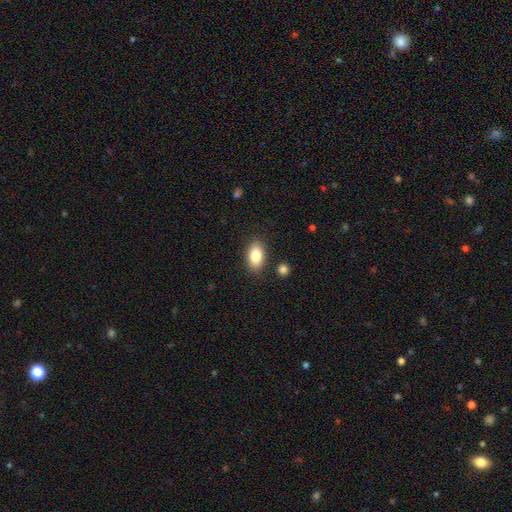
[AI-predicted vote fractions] Morphology: type=smooth (84%); roundness=in between (90%); merging=none (85%).